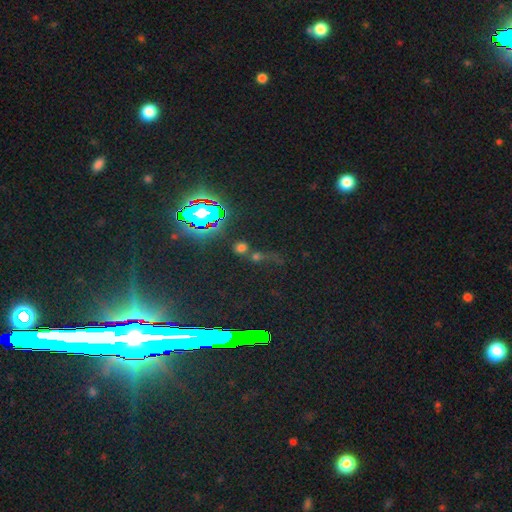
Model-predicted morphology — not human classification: Overall: star or artifact (72%).